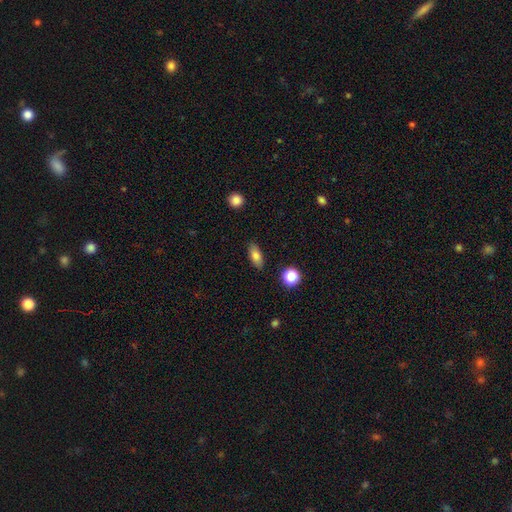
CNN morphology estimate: type=smooth (79%); roundness=in between (82%); merging=none (88%).